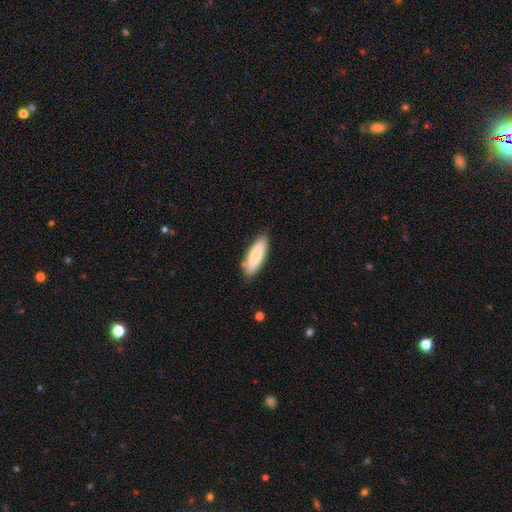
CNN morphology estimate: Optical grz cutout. It shows a smooth galaxy with no disk features (78%) that is in between round and cigar-shaped (58%). Merging: none (83%).